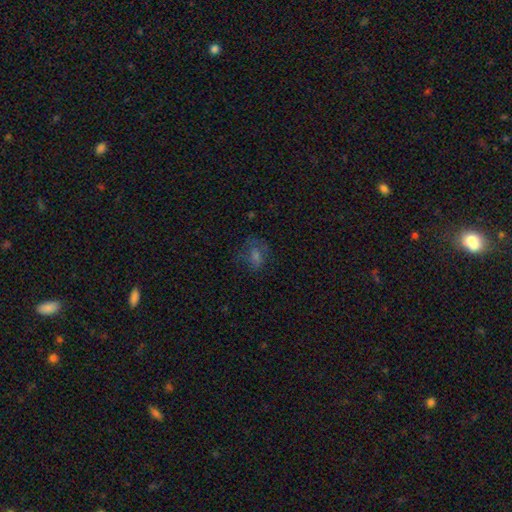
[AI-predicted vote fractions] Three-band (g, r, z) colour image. It shows a smooth galaxy with no disk features (46%). Merging: none (64%).